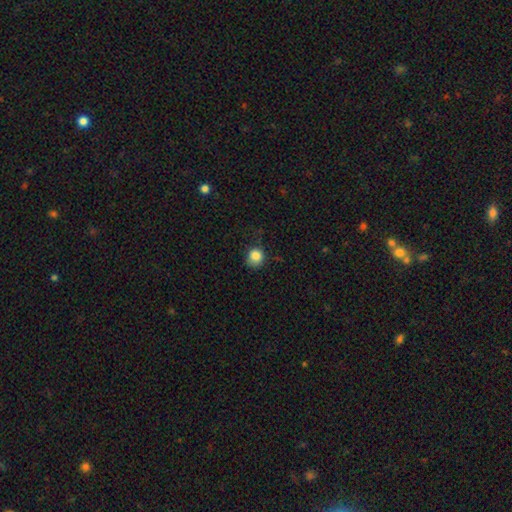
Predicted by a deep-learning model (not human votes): Overall: smooth (85%). How rounded: round (85%). Merging: none (69%).